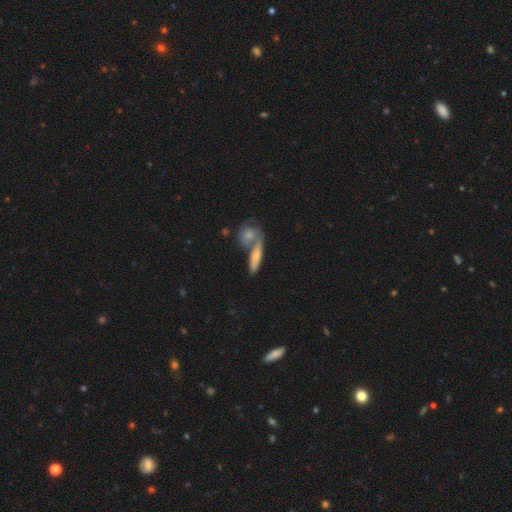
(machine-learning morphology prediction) Overall: smooth (65%; featured or disk 27%). How rounded: cigar-shaped (55%; in between 39%). Merging: merger (44%; none 41%).